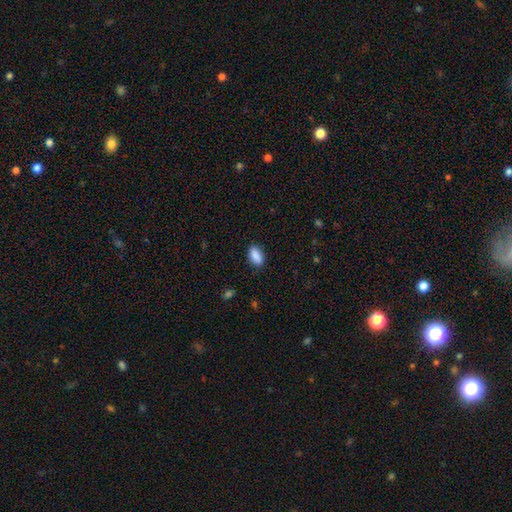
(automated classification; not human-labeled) smooth 89%, star or artifact 7%, featured or disk 4%. Down the decision tree: how rounded — in between (91%); merging — none (87%).